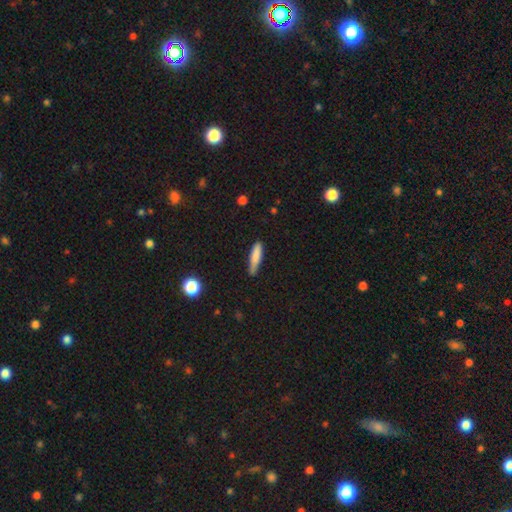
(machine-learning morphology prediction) Smooth or featured?
  - smooth: 80% *
  - featured or disk: 14%
  - star or artifact: 6%
How rounded?
  - cigar-shaped: 80% *
  - in between: 18%
  - round: 2%
Merging?
  - none: 69% *
  - minor disturbance: 24%
  - major disturbance: 4%
  - merger: 2%